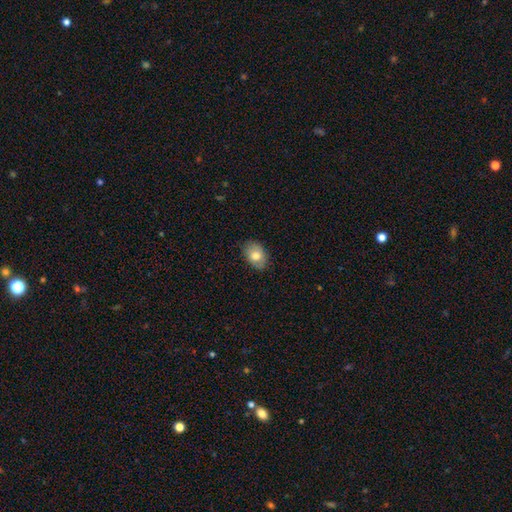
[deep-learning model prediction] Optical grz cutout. It shows a smooth galaxy with no disk features (79%) that is in between round and cigar-shaped (81%). Merging: none (83%).